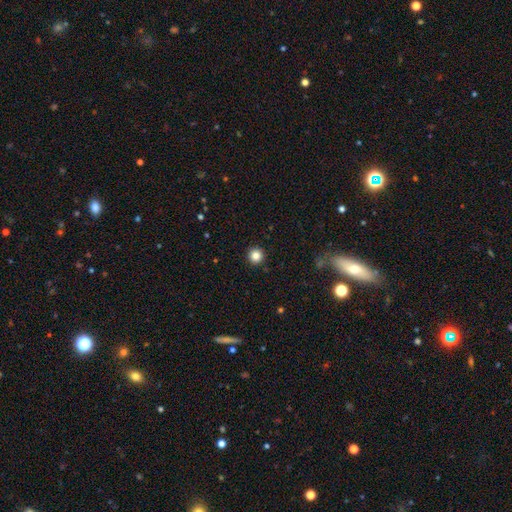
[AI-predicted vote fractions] This is clearly a smooth galaxy (84%). How rounded: clearly round (96%). Merging: clearly none (93%).